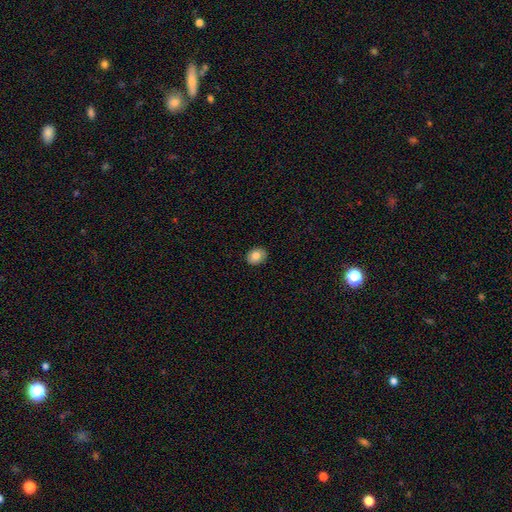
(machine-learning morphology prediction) smooth 79%, featured or disk 12%, star or artifact 8%. Down the decision tree: how rounded — in between (51%); merging — none (90%).